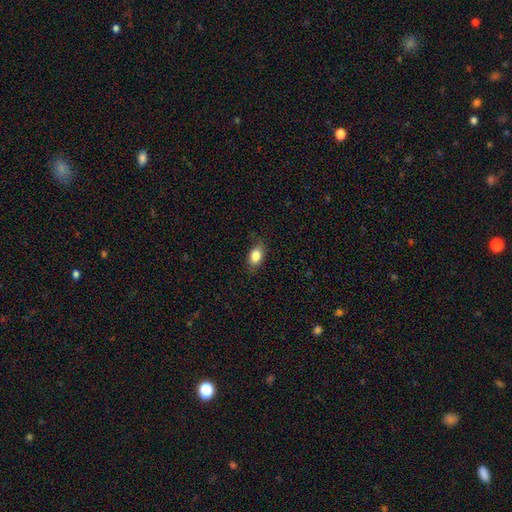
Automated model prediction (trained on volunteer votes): smooth 84%, featured or disk 8%, star or artifact 8%. Down the decision tree: how rounded — in between (86%); merging — none (80%).